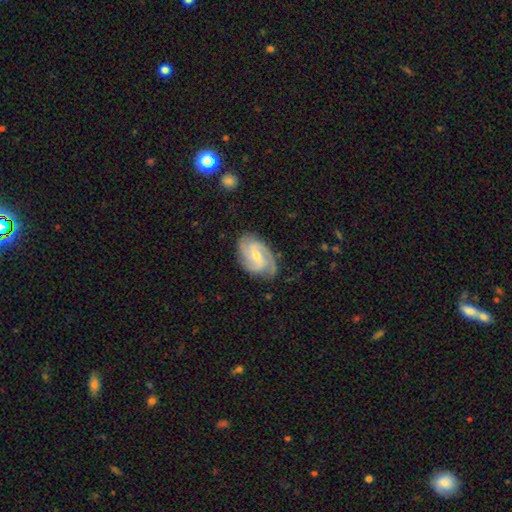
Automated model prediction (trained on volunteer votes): smooth-or-featured: featured or disk: 84% | smooth: 11% | star or artifact: 5%
  disk-edge-on: no: 97% | yes: 3%
    bar: weak: 46% | no: 39% | strong: 15%
    has-spiral-arms: yes: 96% | no: 4%
      spiral-winding: tight: 46% | medium: 42% | loose: 12%
      spiral-arm-count: 3: 38% | 2: 34% | can't tell: 14% | 4: 7% | 1: 4% | more than 4: 4%
    bulge-size: small: 54% | moderate: 43% | none: 1% | large: 1% | dominant: 1%
  merging: none: 75% | minor disturbance: 18% | major disturbance: 5% | merger: 1%